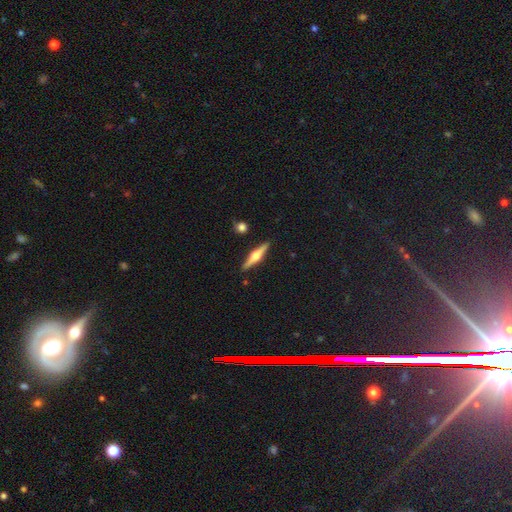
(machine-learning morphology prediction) smooth-or-featured: featured or disk: 74% | smooth: 20% | star or artifact: 5%
  disk-edge-on: yes: 98% | no: 2%
    edge-on-bulge: rounded: 95% | boxy: 3% | none: 2%
  merging: none: 90% | minor disturbance: 7% | merger: 2% | major disturbance: 2%